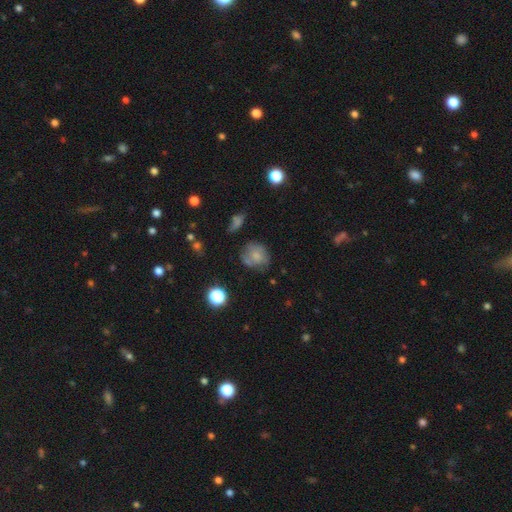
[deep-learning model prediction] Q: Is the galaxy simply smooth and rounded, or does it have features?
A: smooth — 66%.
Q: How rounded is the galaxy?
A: round — 74%.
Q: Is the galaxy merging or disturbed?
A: none — 57%.